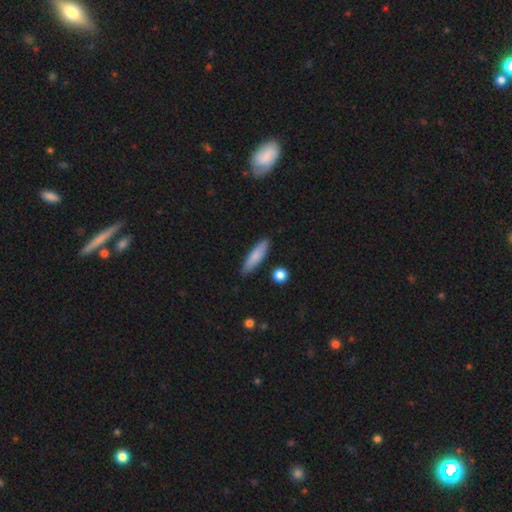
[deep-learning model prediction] A smooth galaxy with no disk features (79%) that is cigar-shaped (74%). Merging: none (87%).